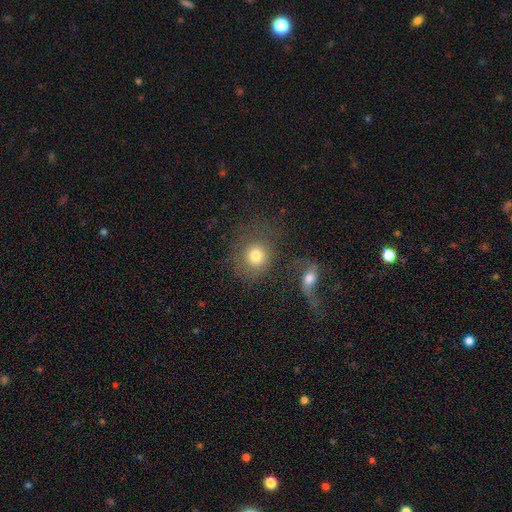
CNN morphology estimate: smooth-or-featured: smooth: 76% | featured or disk: 14% | star or artifact: 10%
  how-rounded: round: 79% | in between: 20% | cigar-shaped: 1%
  merging: none: 57% | merger: 20% | minor disturbance: 13% | major disturbance: 10%